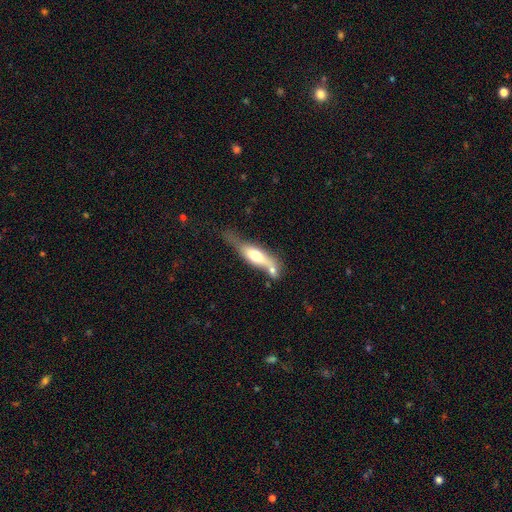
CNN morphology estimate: Smooth or featured? smooth (53%)
How rounded? cigar-shaped (54%)
Merging? merger (35%)